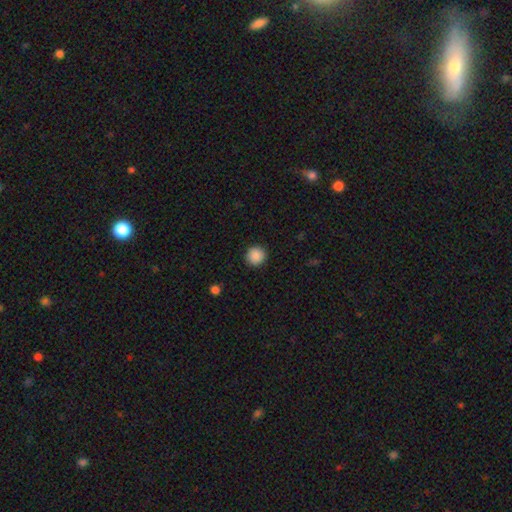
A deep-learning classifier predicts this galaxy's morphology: type=smooth (88%); roundness=round (95%); merging=none (92%).